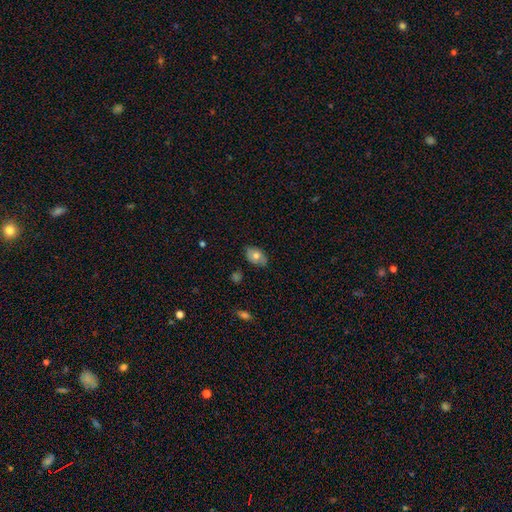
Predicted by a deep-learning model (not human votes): Smooth or featured?
  - smooth: 70% *
  - featured or disk: 21%
  - star or artifact: 8%
How rounded?
  - in between: 85% *
  - round: 14%
  - cigar-shaped: 1%
Merging?
  - none: 74% *
  - minor disturbance: 21%
  - major disturbance: 3%
  - merger: 2%